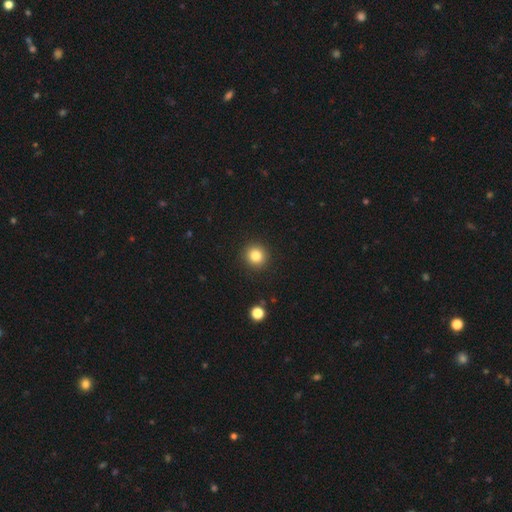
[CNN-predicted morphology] Q: Smooth or featured?
A: smooth (82%); runner-up: star or artifact (12%)
Q: How rounded?
A: round (93%); runner-up: in between (6%)
Q: Merging?
A: none (91%); runner-up: minor disturbance (5%)